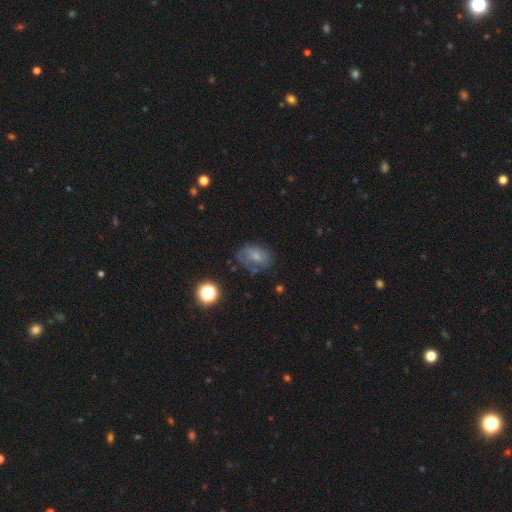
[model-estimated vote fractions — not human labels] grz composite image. It shows a smooth galaxy with no disk features (52%) that is in between round and cigar-shaped (77%). Merging: none (48%).